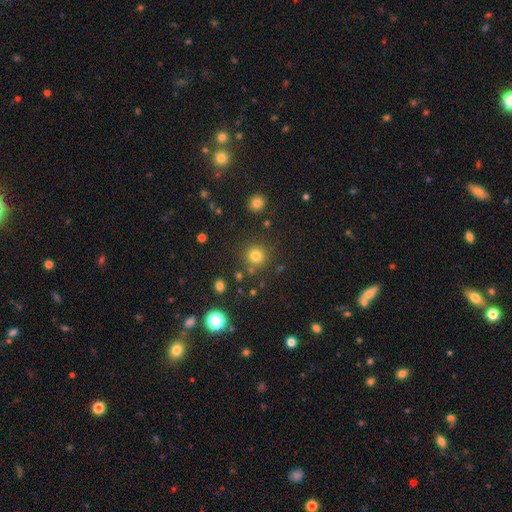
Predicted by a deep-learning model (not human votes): smooth 79%, star or artifact 15%, featured or disk 6%. Down the decision tree: how rounded — round (93%); merging — none (85%).